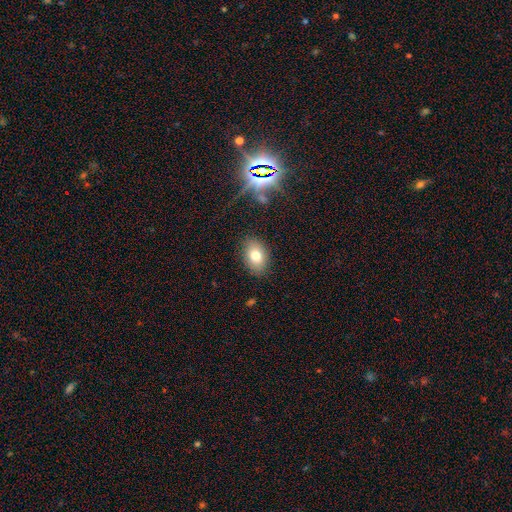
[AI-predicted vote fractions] smooth_or_featured: smooth (p=0.76) [alt: featured or disk p=0.13]
how_rounded: in between (p=0.83) [alt: round p=0.16]
merging: none (p=0.85) [alt: minor disturbance p=0.10]